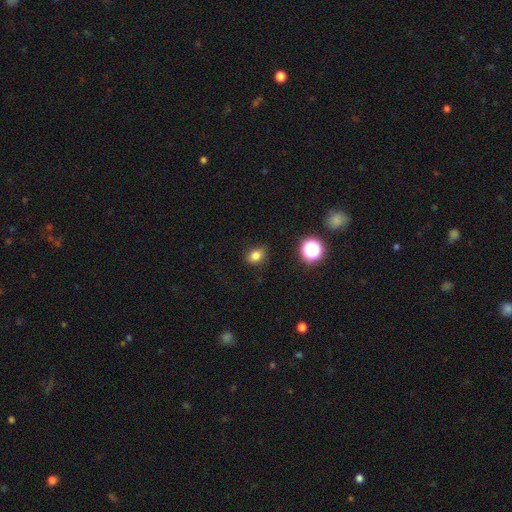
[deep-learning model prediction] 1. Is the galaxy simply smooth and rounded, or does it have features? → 80% smooth, 14% star or artifact, 6% featured or disk.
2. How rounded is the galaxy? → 50% in between, 49% round, 1% cigar-shaped.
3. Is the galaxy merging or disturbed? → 81% none, 14% minor disturbance, 3% major disturbance, 1% merger.